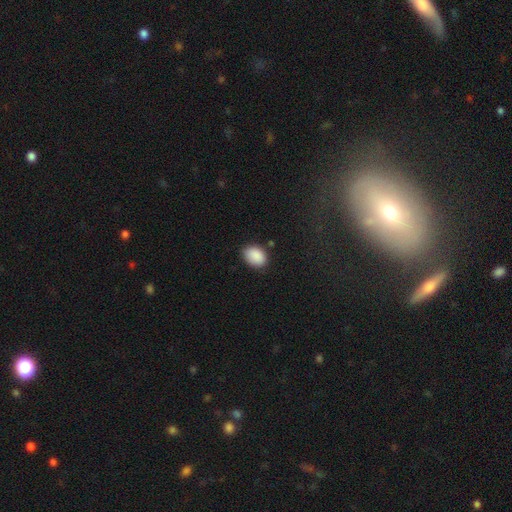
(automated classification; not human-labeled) Smooth or featured? smooth (90%)
How rounded? in between (74%)
Merging? none (81%)